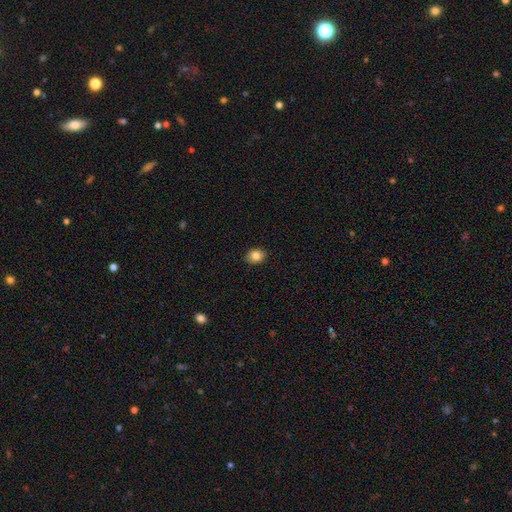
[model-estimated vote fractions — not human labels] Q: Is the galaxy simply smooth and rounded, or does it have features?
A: smooth — 84%.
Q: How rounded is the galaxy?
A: in between — 52%.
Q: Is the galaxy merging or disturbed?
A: none — 86%.